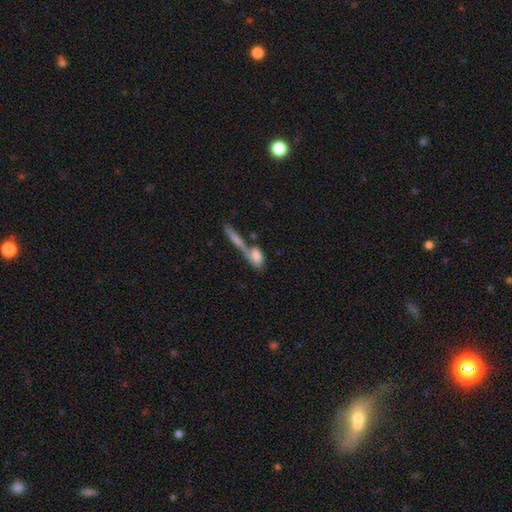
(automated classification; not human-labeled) Smooth or featured: smooth — 68% (featured or disk — 24%)
How rounded: in between — 69% (cigar-shaped — 23%)
Merging: merger — 49% (none — 32%)